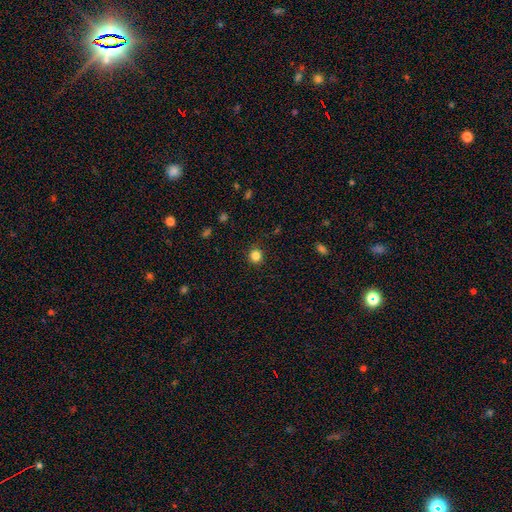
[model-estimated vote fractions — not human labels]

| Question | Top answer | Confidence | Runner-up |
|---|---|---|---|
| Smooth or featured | smooth | 83% | star or artifact (12%) |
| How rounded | round | 89% | in between (10%) |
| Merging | none | 90% | minor disturbance (7%) |